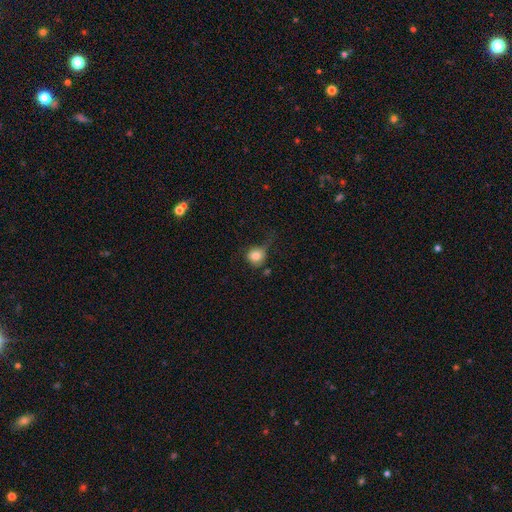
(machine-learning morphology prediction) A smooth galaxy with no disk features (80%) that is round (82%).

Vote fractions:
- Smooth or featured? smooth: 80% / featured or disk: 10% / star or artifact: 10%
- How rounded? round: 82% / in between: 17% / cigar-shaped: 1%
- Merging? none: 41% / minor disturbance: 32% / major disturbance: 22% / merger: 5%